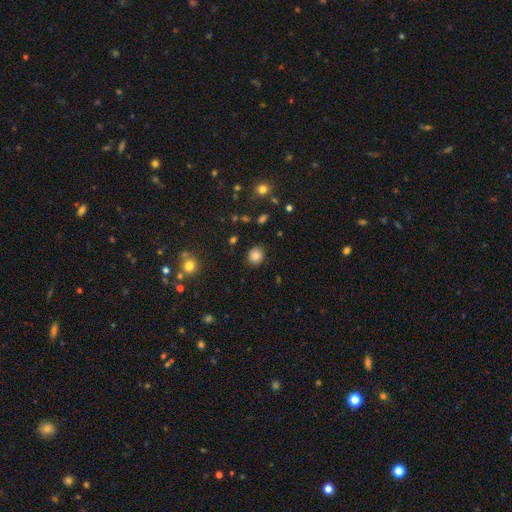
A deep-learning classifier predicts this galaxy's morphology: This is clearly a smooth galaxy (81%). How rounded: clearly round (82%). Merging: clearly none (89%).